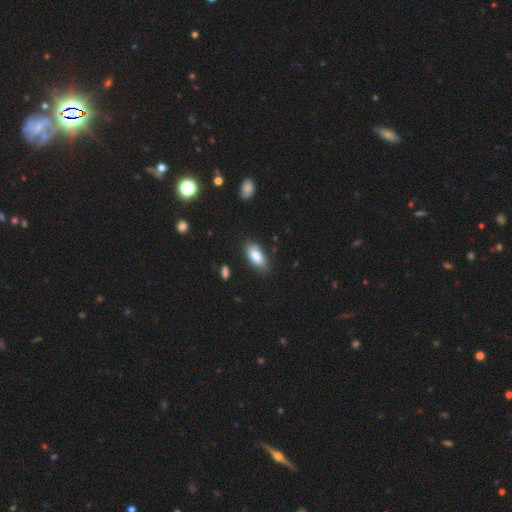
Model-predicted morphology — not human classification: type=smooth (83%); roundness=in between (88%); merging=none (83%).